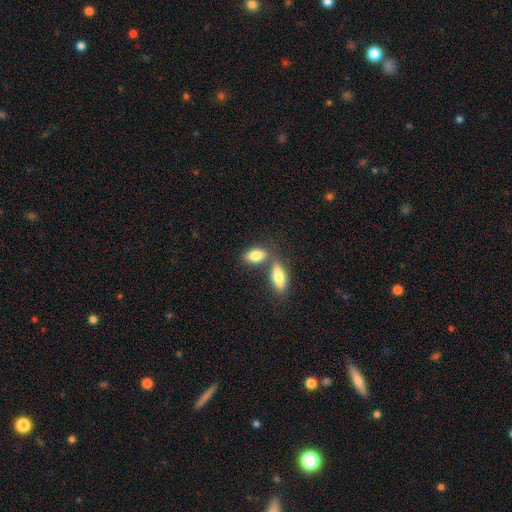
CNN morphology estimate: smooth_or_featured: smooth (p=0.83) [alt: featured or disk p=0.11]
how_rounded: in between (p=0.86) [alt: cigar-shaped p=0.08]
merging: none (p=0.50) [alt: merger p=0.36]